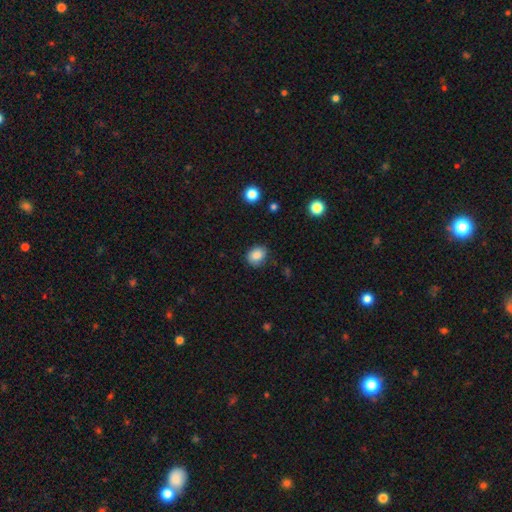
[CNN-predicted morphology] smooth 85%, star or artifact 9%, featured or disk 6%. Down the decision tree: how rounded — in between (56%); merging — none (75%).